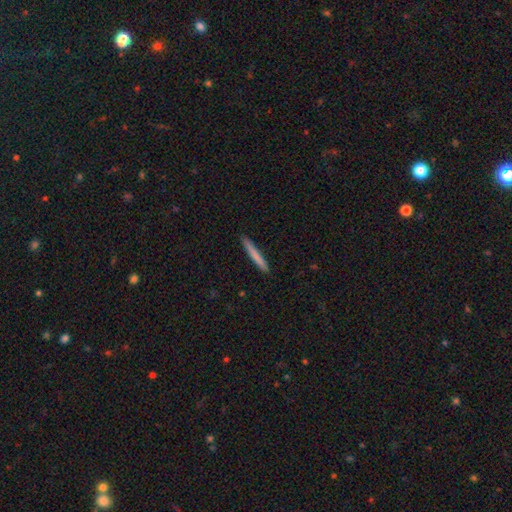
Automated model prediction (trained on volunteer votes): Smooth or featured? Predicted: smooth (p=0.76). How rounded? Predicted: cigar-shaped (p=0.97). Merging? Predicted: none (p=0.91).